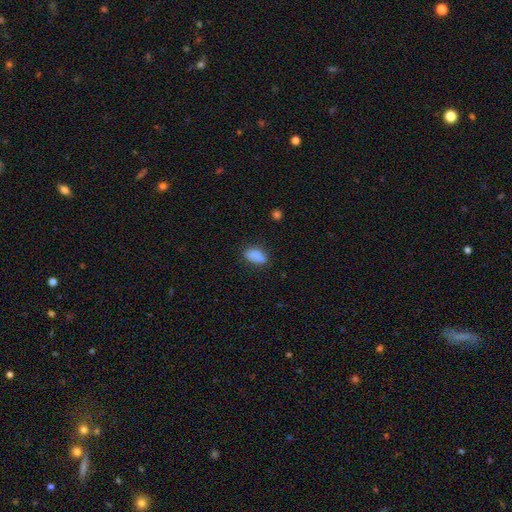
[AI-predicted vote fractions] Smooth or featured: smooth — 87% (star or artifact — 9%)
How rounded: in between — 91% (round — 6%)
Merging: none — 78% (minor disturbance — 17%)